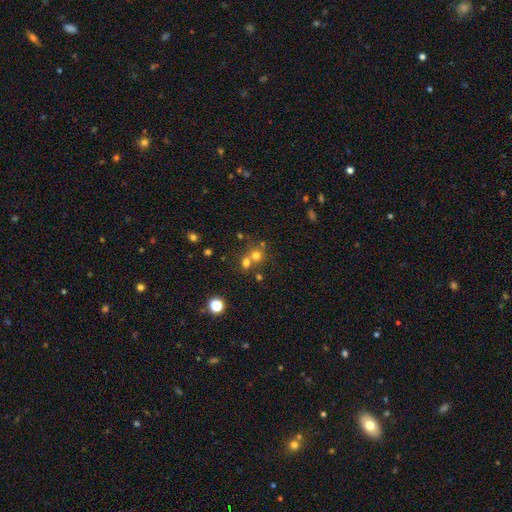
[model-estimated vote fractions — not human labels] The model was most divided on "merging": merger: 48%, none: 43%, minor disturbance: 6%, major disturbance: 3%. More confident: how rounded — round (84%); smooth or featured — smooth (68%).